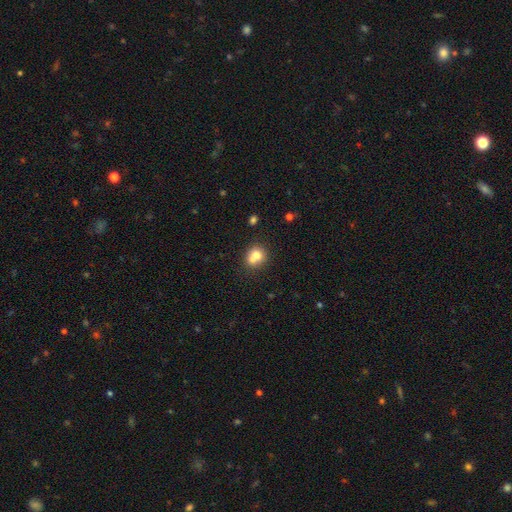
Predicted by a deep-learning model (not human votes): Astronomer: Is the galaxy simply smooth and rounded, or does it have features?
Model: smooth — 71%.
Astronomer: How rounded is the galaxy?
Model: round — 76%.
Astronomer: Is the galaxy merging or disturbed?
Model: merger — 51% (runner-up: none, 37%).